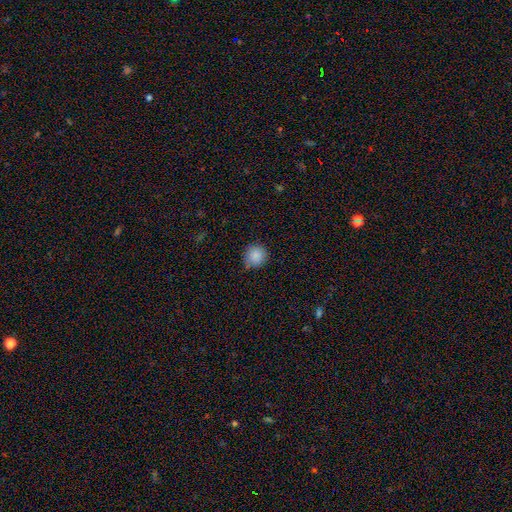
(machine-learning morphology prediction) Q: Smooth or featured?
A: smooth (87%); runner-up: star or artifact (9%)
Q: How rounded?
A: round (93%); runner-up: in between (6%)
Q: Merging?
A: none (80%); runner-up: minor disturbance (15%)